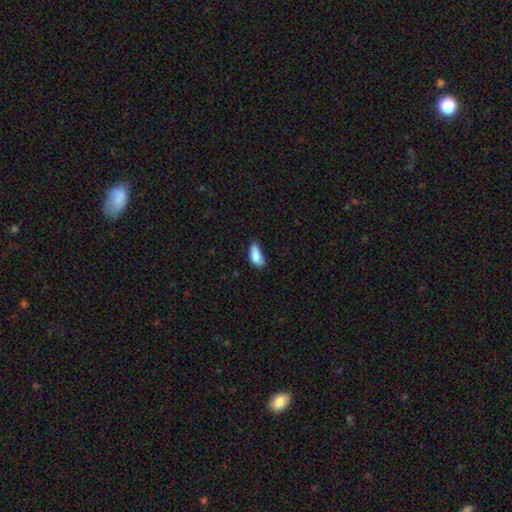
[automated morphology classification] Q: Smooth or featured?
A: smooth (83%); runner-up: featured or disk (9%)
Q: How rounded?
A: in between (87%); runner-up: cigar-shaped (10%)
Q: Merging?
A: none (42%); runner-up: minor disturbance (41%)